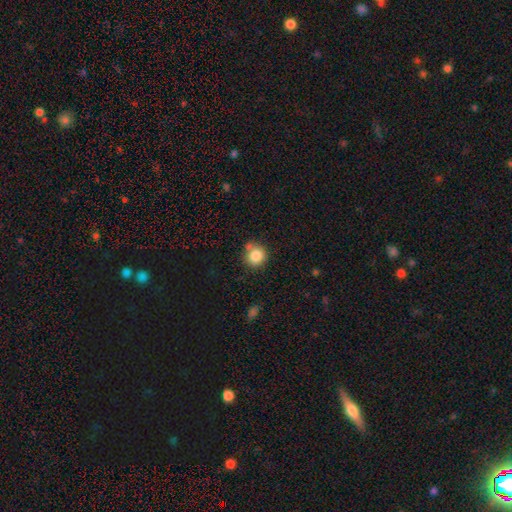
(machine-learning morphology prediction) A smooth galaxy with no disk features (84%) that is round (90%). Merging: none (67%).